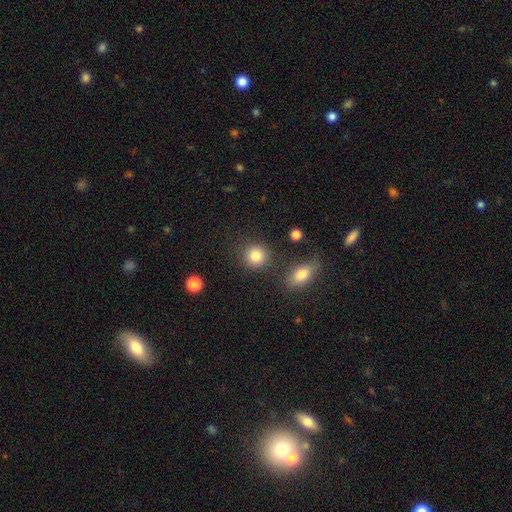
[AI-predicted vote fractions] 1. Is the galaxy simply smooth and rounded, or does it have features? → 85% smooth, 10% star or artifact, 5% featured or disk.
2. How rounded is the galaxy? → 87% round, 12% in between, 1% cigar-shaped.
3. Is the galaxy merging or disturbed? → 81% none, 9% minor disturbance, 7% merger, 3% major disturbance.